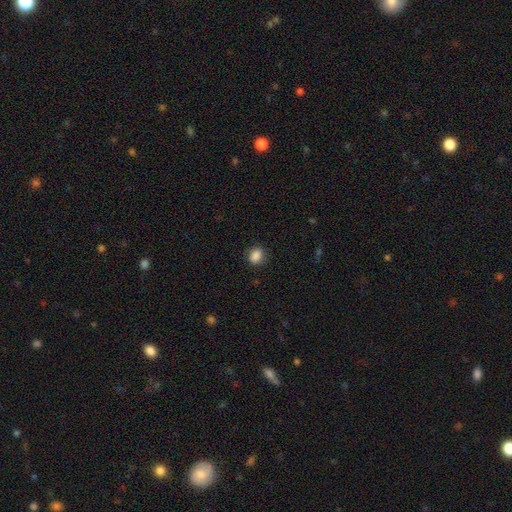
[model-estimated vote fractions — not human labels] Smooth or featured? Predicted: smooth (p=0.87). How rounded? Predicted: round (p=0.50). Merging? Predicted: none (p=0.85).